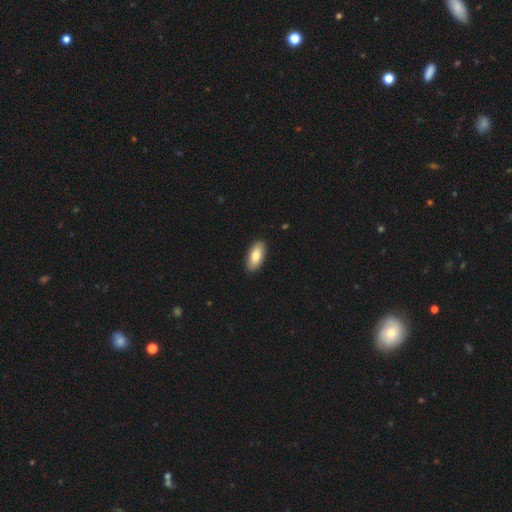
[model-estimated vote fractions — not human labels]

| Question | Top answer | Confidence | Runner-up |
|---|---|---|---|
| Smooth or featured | smooth | 83% | featured or disk (11%) |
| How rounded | in between | 89% | cigar-shaped (9%) |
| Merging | none | 90% | minor disturbance (8%) |